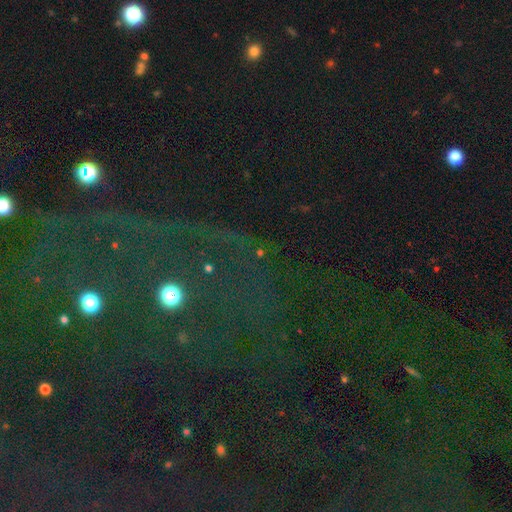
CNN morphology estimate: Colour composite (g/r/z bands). It shows a star or artifact, not a galaxy (81%).